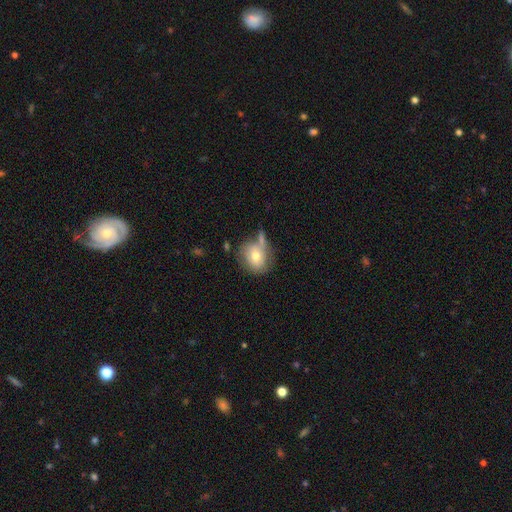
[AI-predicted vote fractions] Q: Smooth or featured?
A: smooth (67%); runner-up: featured or disk (24%)
Q: How rounded?
A: round (70%); runner-up: in between (28%)
Q: Merging?
A: none (48%); runner-up: minor disturbance (22%)